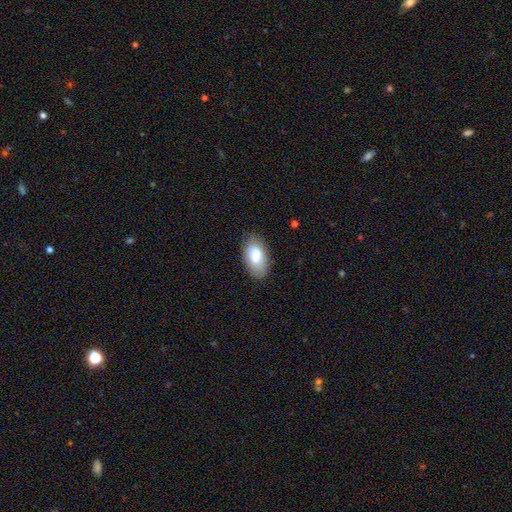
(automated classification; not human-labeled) smooth-or-featured: smooth: 80% | featured or disk: 13% | star or artifact: 7%
  how-rounded: in between: 94% | round: 3% | cigar-shaped: 2%
  merging: none: 82% | minor disturbance: 14% | major disturbance: 3% | merger: 1%